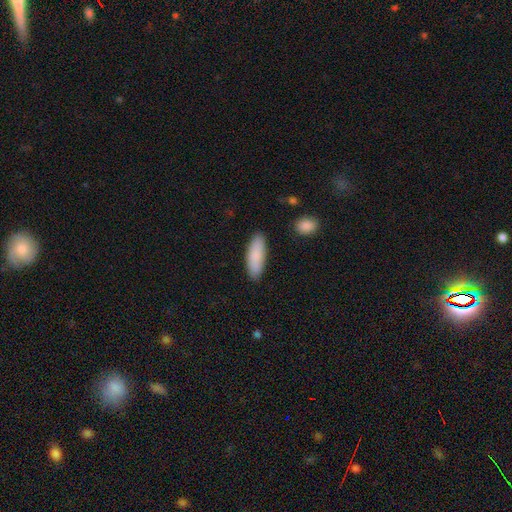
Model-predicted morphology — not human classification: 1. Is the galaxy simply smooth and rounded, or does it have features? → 87% smooth, 7% featured or disk, 6% star or artifact.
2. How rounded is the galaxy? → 64% in between, 34% cigar-shaped, 2% round.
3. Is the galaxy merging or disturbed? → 86% none, 10% minor disturbance, 2% major disturbance, 2% merger.